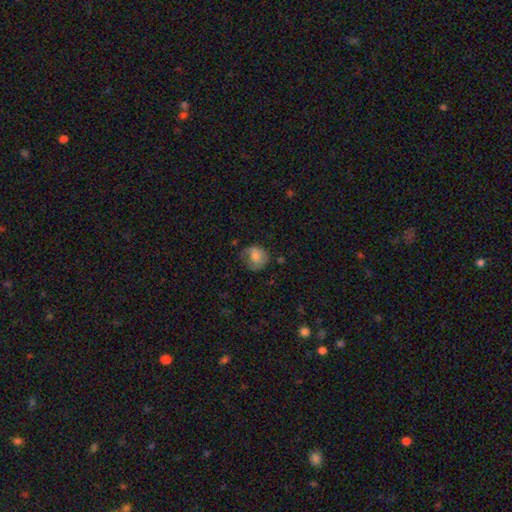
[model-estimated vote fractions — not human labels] A smooth galaxy with no disk features (73%) that is round (75%). Merging: none (49%).